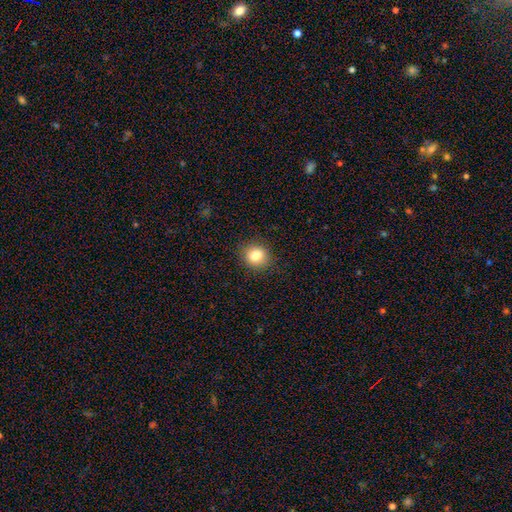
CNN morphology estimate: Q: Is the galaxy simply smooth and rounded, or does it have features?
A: smooth — 83%.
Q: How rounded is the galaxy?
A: round — 80%.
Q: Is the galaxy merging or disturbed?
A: none — 89%.